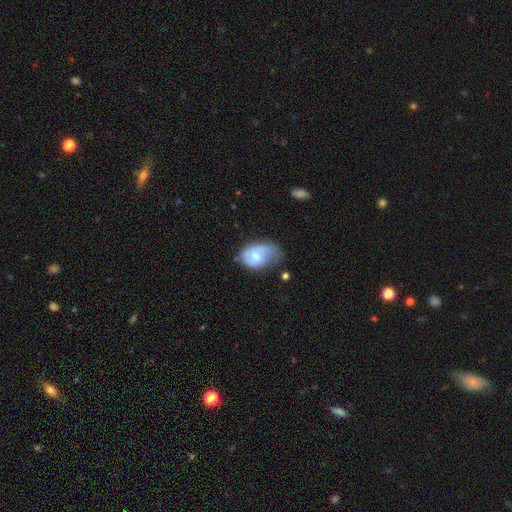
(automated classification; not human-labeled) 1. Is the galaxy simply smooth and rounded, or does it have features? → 51% smooth, 42% featured or disk, 7% star or artifact.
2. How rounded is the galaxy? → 84% in between, 14% round, 1% cigar-shaped.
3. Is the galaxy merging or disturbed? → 40% minor disturbance, 32% none, 24% major disturbance, 4% merger.